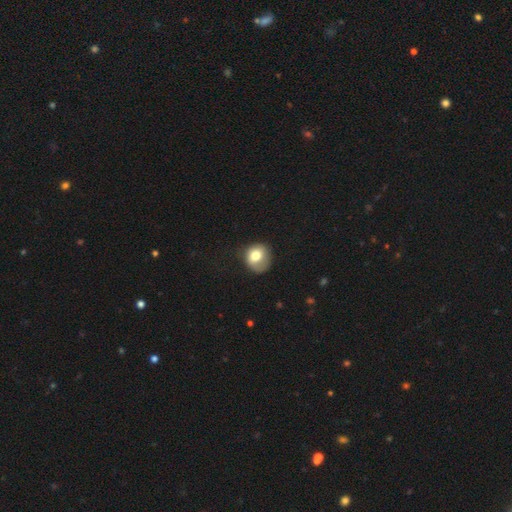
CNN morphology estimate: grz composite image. It shows a smooth galaxy with no disk features (74%) that is round (71%). Merging: none (52%).